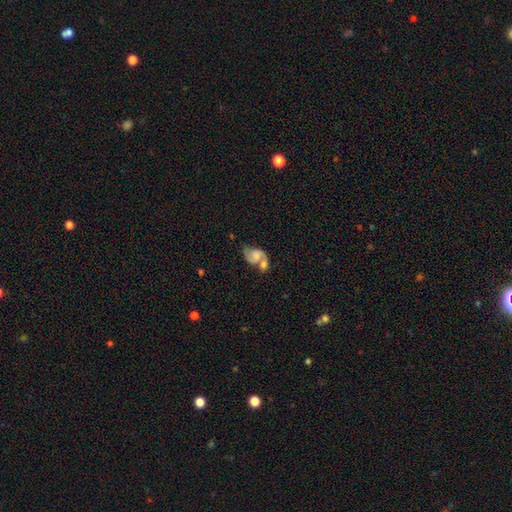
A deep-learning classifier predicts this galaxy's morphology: featured or disk 60%, smooth 31%, star or artifact 9%. Down the decision tree: edge-on disk — no (97%); bar — no (64%); spiral arms — yes (85%); bulge size — none (32%); merging — merger (54%).